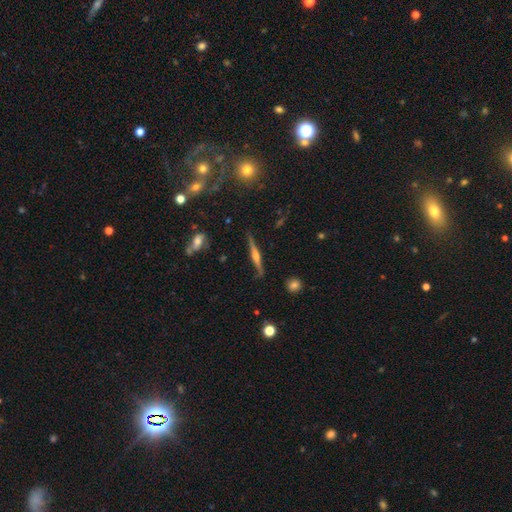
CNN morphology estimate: Overall: featured or disk (74%). Edge-on disk: yes (97%). Edge-on bulge: rounded (79%). Merging: none (86%).